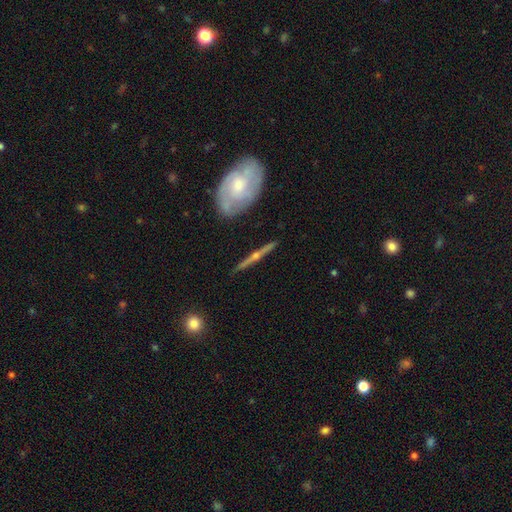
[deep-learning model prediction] A featured or disk galaxy (81%) viewed edge-on (95%) with a rounded central bulge (90%).

Vote fractions:
- Smooth or featured? featured or disk: 81% / smooth: 14% / star or artifact: 6%
- Edge-on disk? yes: 95% / no: 5%
- Edge-on bulge? rounded: 90% / none: 6% / boxy: 4%
- Merging? none: 88% / minor disturbance: 8% / merger: 2% / major disturbance: 2%